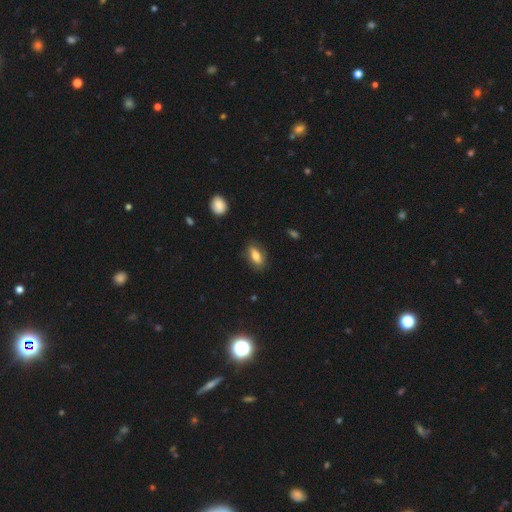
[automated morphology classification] Smooth or featured?
  - smooth: 75% *
  - featured or disk: 17%
  - star or artifact: 8%
How rounded?
  - in between: 80% *
  - cigar-shaped: 14%
  - round: 6%
Merging?
  - none: 81% *
  - minor disturbance: 15%
  - major disturbance: 3%
  - merger: 1%